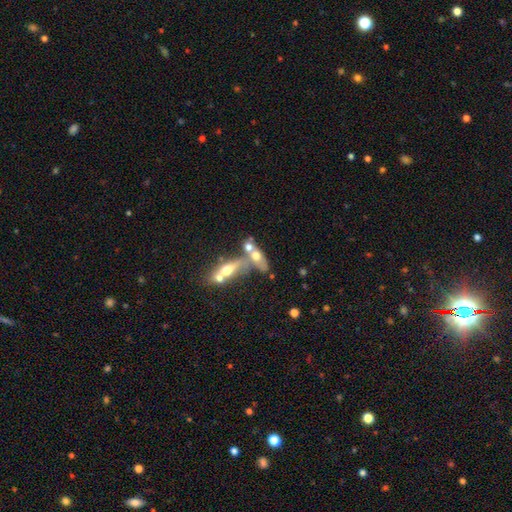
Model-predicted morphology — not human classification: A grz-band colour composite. It shows a smooth galaxy with no disk features (48%). Merging: merger (63%).